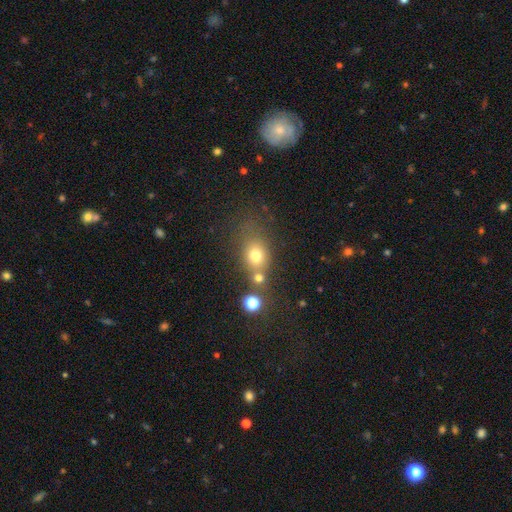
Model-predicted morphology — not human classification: Smooth or featured: smooth — 70% (star or artifact — 16%)
How rounded: round — 49% (tied with in between — 49%)
Merging: none — 53% (merger — 26%)